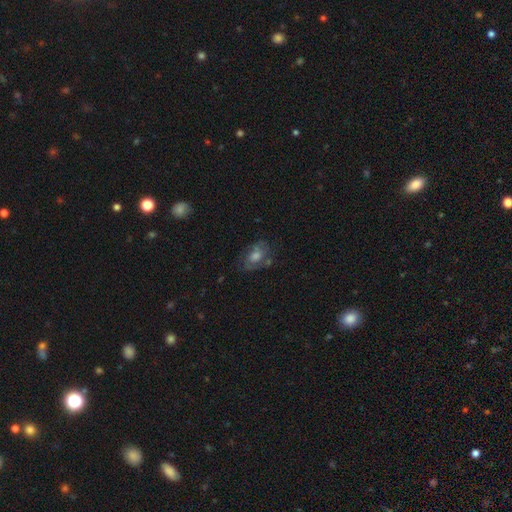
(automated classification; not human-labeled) This appears to be a featured or disk galaxy (45%). Merging: none (63%).